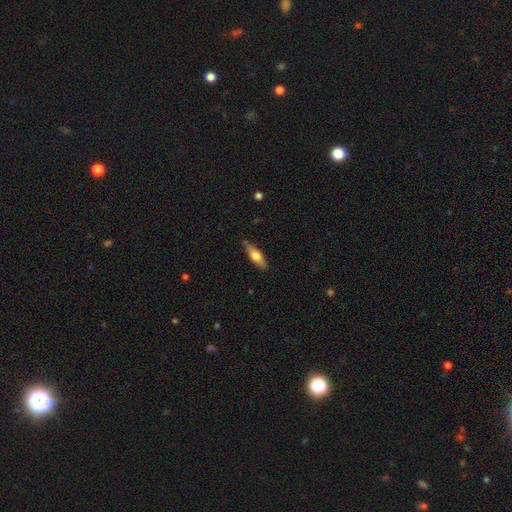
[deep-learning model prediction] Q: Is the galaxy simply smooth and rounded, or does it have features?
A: smooth — 61%.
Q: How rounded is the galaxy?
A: in between — 53%.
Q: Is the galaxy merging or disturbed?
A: none — 79%.